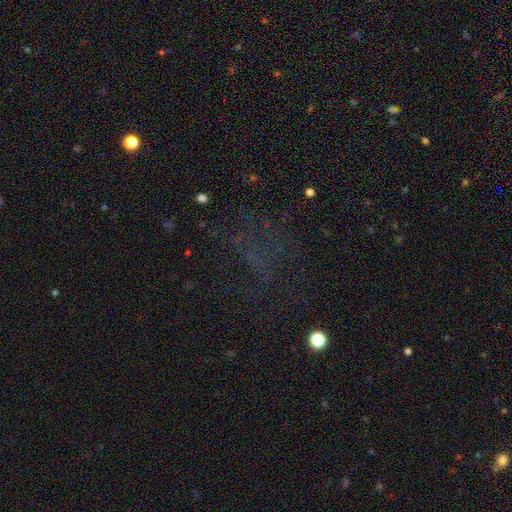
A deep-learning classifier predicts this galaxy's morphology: Smooth or featured? Predicted: star or artifact (p=0.52).